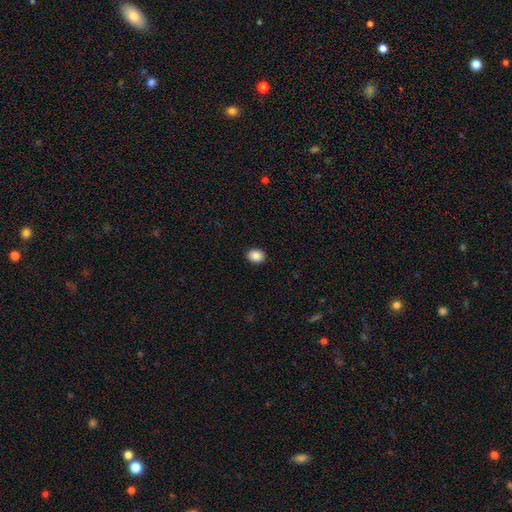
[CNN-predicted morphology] The model was most divided on "how rounded": in between: 56%, round: 43%, cigar-shaped: 1%. More confident: merging — none (91%); smooth or featured — smooth (89%).